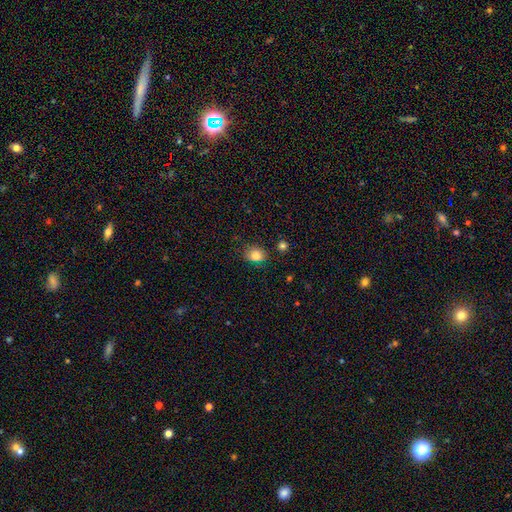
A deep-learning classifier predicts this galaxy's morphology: This is clearly a smooth galaxy (83%). How rounded: possibly round (56%). Merging: likely none (79%).